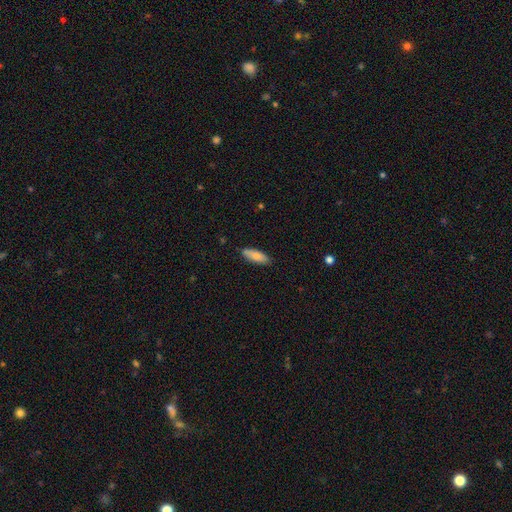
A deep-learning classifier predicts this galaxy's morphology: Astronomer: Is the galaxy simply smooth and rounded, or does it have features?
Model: smooth — 81%.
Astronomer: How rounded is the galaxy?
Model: in between — 60% (runner-up: cigar-shaped, 38%).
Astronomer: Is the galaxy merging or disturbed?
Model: none — 83%.